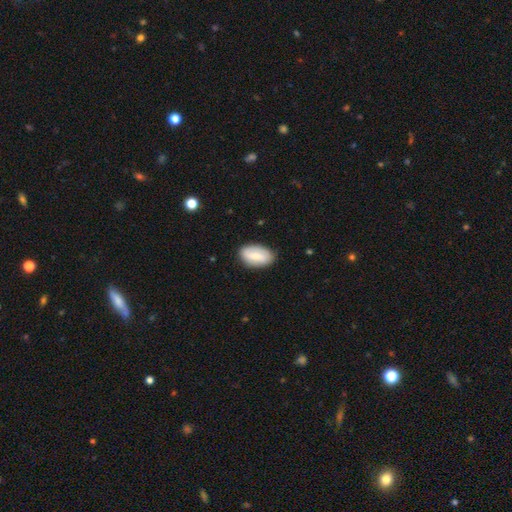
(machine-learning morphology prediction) The model was most divided on "smooth or featured": smooth: 62%, featured or disk: 32%, star or artifact: 6%. More confident: how rounded — in between (93%); merging — none (83%).